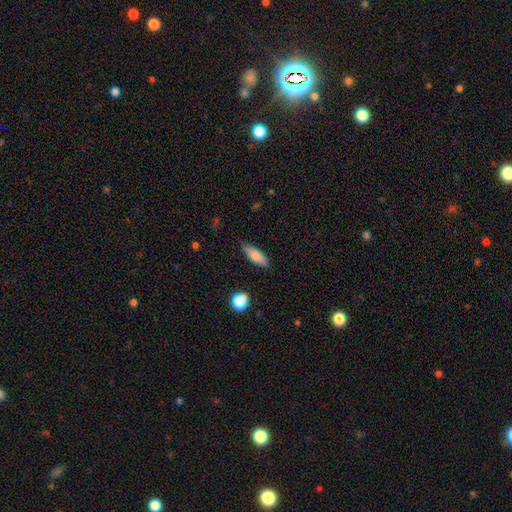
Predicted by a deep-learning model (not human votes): Q: Smooth or featured?
A: smooth (78%); runner-up: featured or disk (15%)
Q: How rounded?
A: in between (62%); runner-up: cigar-shaped (35%)
Q: Merging?
A: none (77%); runner-up: minor disturbance (18%)